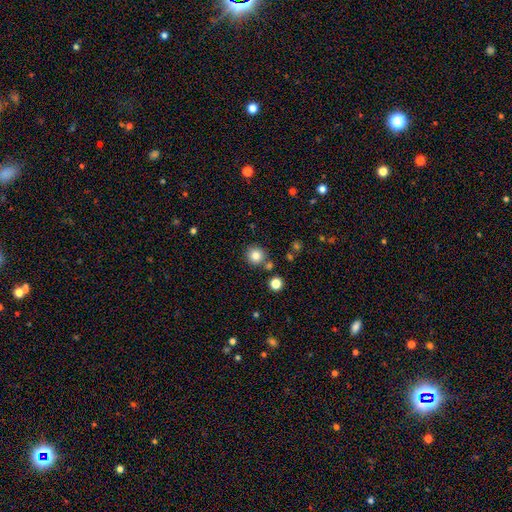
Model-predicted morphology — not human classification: A smooth galaxy with no disk features (83%) that is round (94%).

Vote fractions:
- Smooth or featured? smooth: 83% / star or artifact: 11% / featured or disk: 6%
- How rounded? round: 94% / in between: 5% / cigar-shaped: 1%
- Merging? none: 82% / merger: 8% / minor disturbance: 7% / major disturbance: 2%